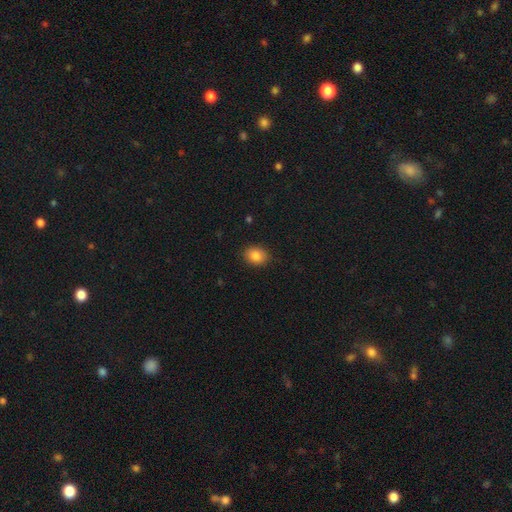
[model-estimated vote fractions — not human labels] Overall: smooth (85%). How rounded: in between (54%; round 45%). Merging: none (88%).